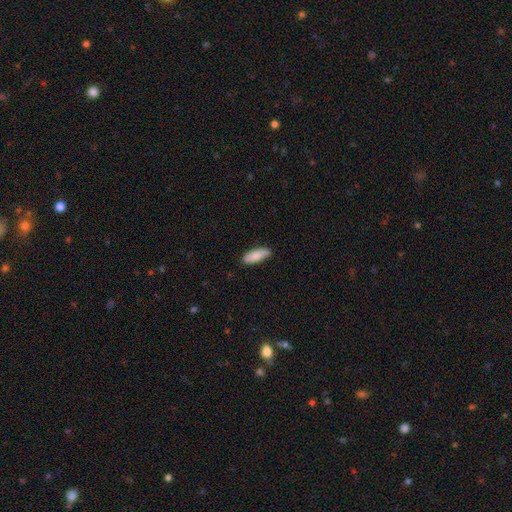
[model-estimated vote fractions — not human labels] Smooth or featured?
  - smooth: 85% *
  - featured or disk: 9%
  - star or artifact: 6%
How rounded?
  - in between: 67% *
  - cigar-shaped: 31%
  - round: 2%
Merging?
  - none: 82% *
  - minor disturbance: 14%
  - major disturbance: 2%
  - merger: 1%